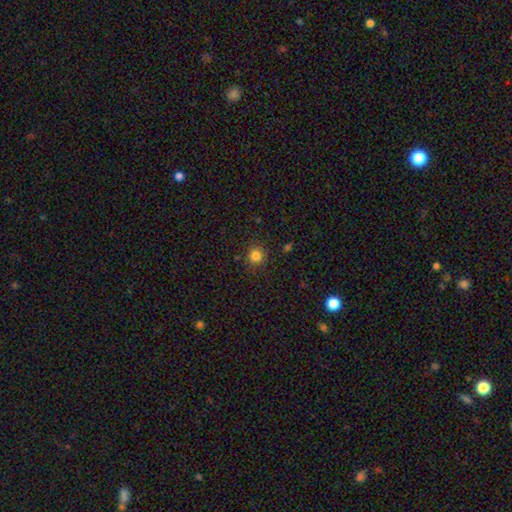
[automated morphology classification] smooth-or-featured: smooth: 83% | star or artifact: 13% | featured or disk: 4%
  how-rounded: round: 89% | in between: 10% | cigar-shaped: 1%
  merging: none: 87% | minor disturbance: 9% | major disturbance: 3% | merger: 2%